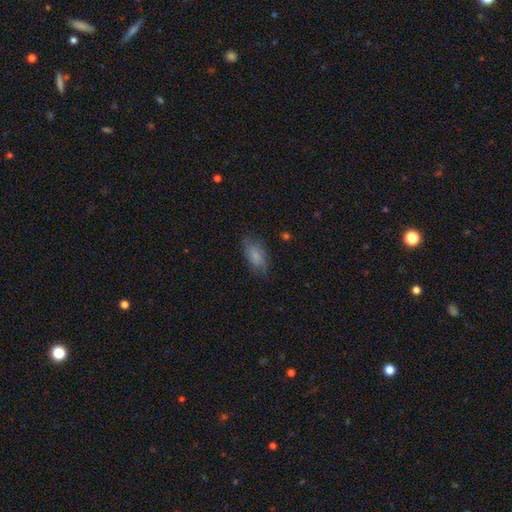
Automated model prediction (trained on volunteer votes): Smooth or featured? Predicted: smooth (p=0.77). How rounded? Predicted: in between (p=0.89). Merging? Predicted: none (p=0.74).